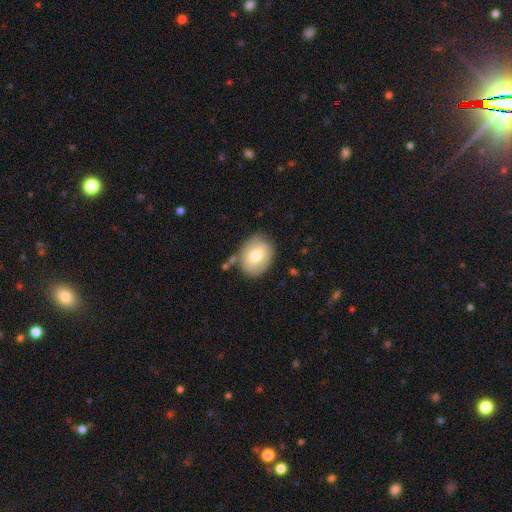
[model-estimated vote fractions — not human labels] The model was most divided on "how rounded": in between: 66%, round: 33%, cigar-shaped: 1%. More confident: merging — none (71%); smooth or featured — smooth (68%).